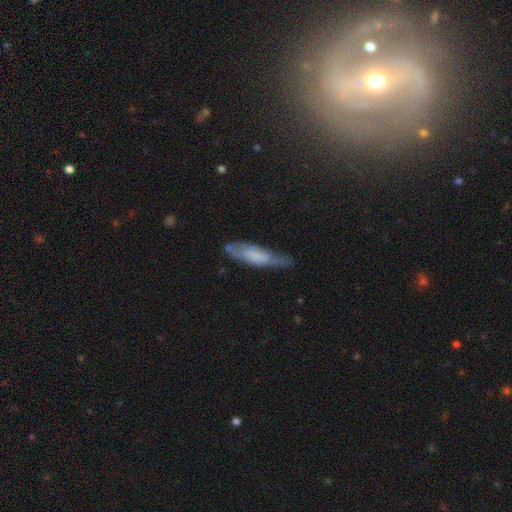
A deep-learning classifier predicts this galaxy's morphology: smooth-or-featured: smooth: 50% | featured or disk: 42% | star or artifact: 8%
  how-rounded: cigar-shaped: 61% | in between: 38% | round: 2%
  merging: none: 50% | minor disturbance: 33% | major disturbance: 14% | merger: 3%